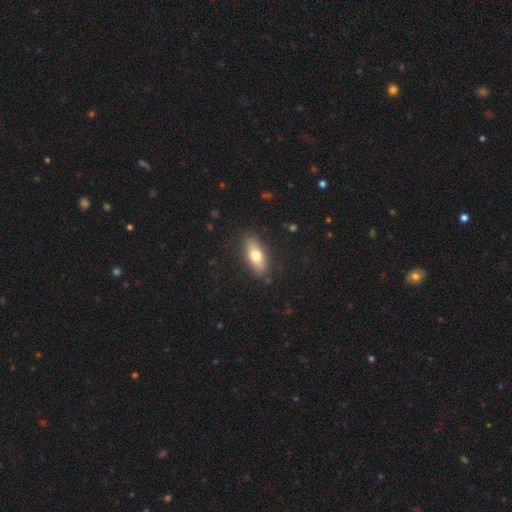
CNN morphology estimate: Smooth or featured? Predicted: smooth (p=0.69). How rounded? Predicted: in between (p=0.74). Merging? Predicted: none (p=0.85).